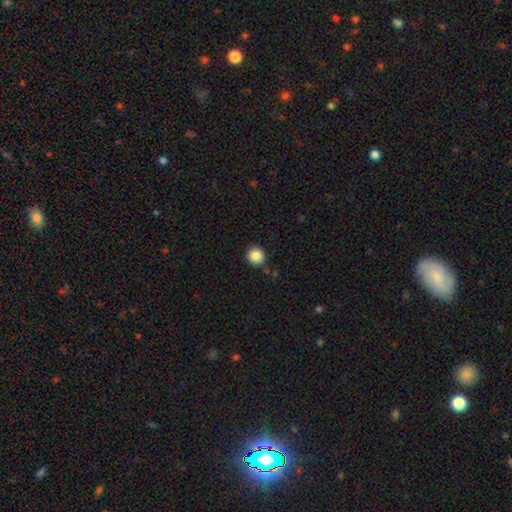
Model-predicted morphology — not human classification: The model was most divided on "smooth or featured": smooth: 87%, star or artifact: 10%, featured or disk: 4%. More confident: how rounded — round (92%); merging — none (89%).